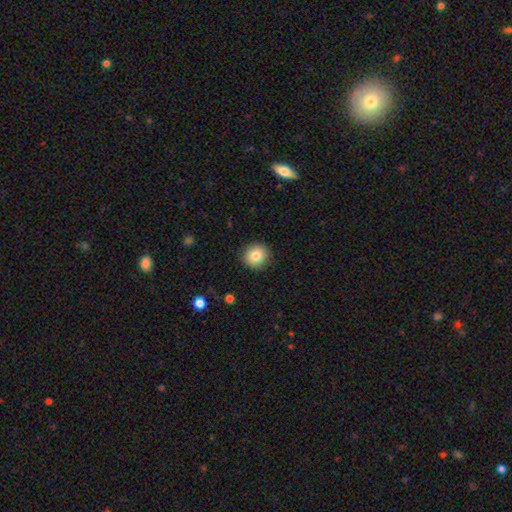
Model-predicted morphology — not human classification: Smooth or featured? smooth (82%)
How rounded? round (92%)
Merging? none (91%)